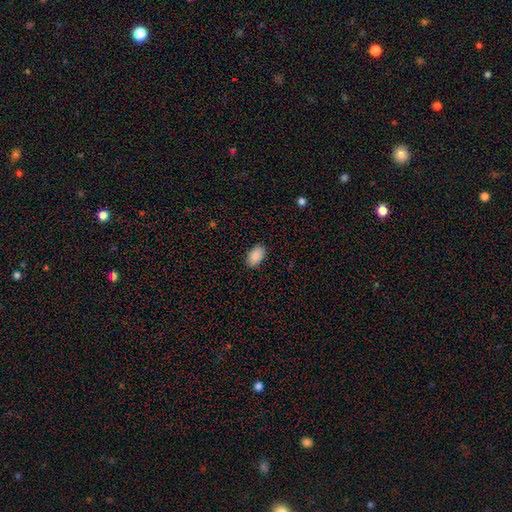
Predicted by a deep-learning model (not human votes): smooth_or_featured: smooth (p=0.89) [alt: star or artifact p=0.07]
how_rounded: in between (p=0.93) [alt: round p=0.06]
merging: none (p=0.89) [alt: minor disturbance p=0.08]